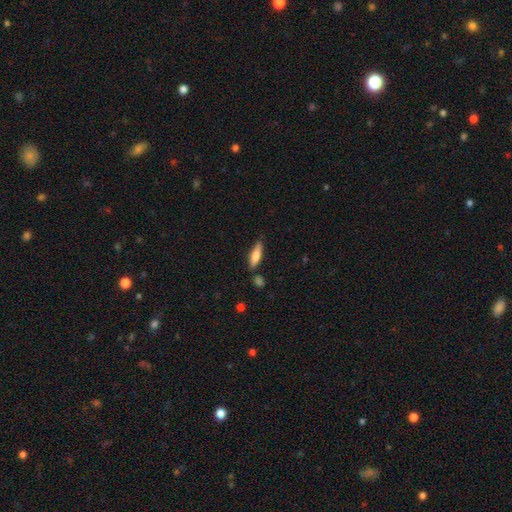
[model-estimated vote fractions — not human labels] A smooth galaxy with no disk features (67%) that is cigar-shaped (66%).

Vote fractions:
- Smooth or featured? smooth: 67% / featured or disk: 28% / star or artifact: 6%
- How rounded? cigar-shaped: 66% / in between: 32% / round: 2%
- Merging? none: 79% / minor disturbance: 14% / merger: 5% / major disturbance: 3%